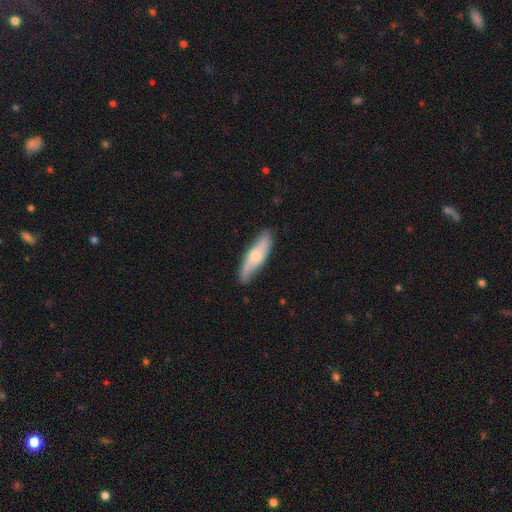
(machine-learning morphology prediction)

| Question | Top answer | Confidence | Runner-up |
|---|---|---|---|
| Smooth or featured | smooth | 53% | featured or disk (42%) |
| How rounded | cigar-shaped | 69% | in between (29%) |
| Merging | none | 77% | minor disturbance (18%) |